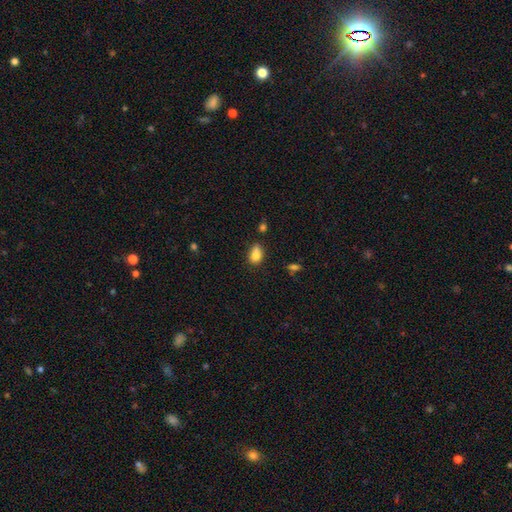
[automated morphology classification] smooth-or-featured: smooth: 80% | star or artifact: 10% | featured or disk: 10%
  how-rounded: in between: 72% | round: 26% | cigar-shaped: 2%
  merging: none: 48% | minor disturbance: 28% | merger: 16% | major disturbance: 8%